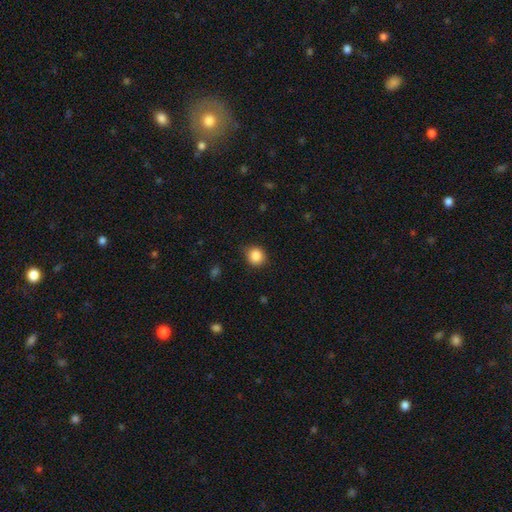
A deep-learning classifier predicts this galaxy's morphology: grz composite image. It shows a smooth galaxy with no disk features (87%) that is round (84%). Merging: none (83%).